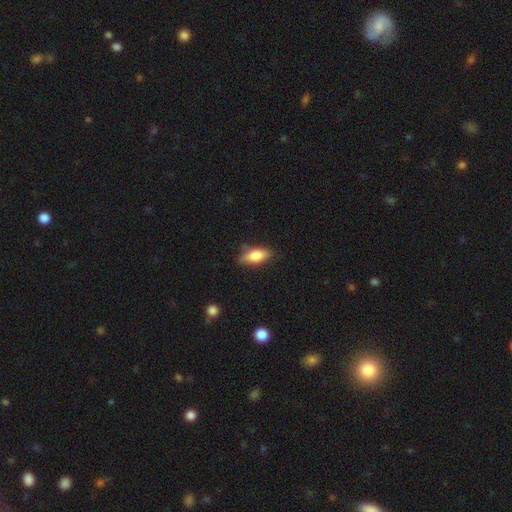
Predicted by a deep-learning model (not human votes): Q: Smooth or featured?
A: smooth (77%); runner-up: featured or disk (17%)
Q: How rounded?
A: in between (82%); runner-up: cigar-shaped (15%)
Q: Merging?
A: none (73%); runner-up: minor disturbance (21%)